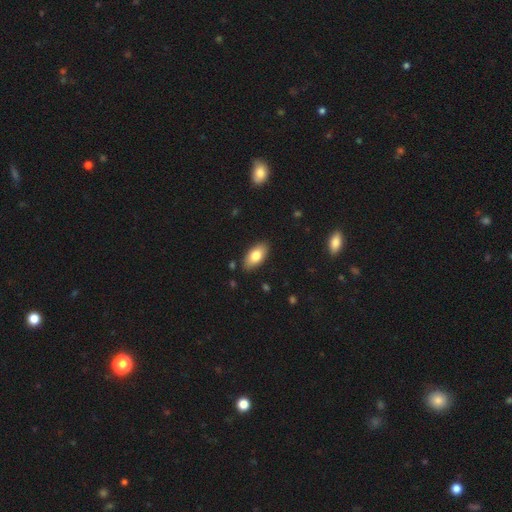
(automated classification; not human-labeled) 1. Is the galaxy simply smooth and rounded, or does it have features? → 79% smooth, 15% featured or disk, 7% star or artifact.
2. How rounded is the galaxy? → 92% in between, 5% cigar-shaped, 3% round.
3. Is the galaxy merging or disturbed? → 87% none, 9% minor disturbance, 2% major disturbance, 1% merger.